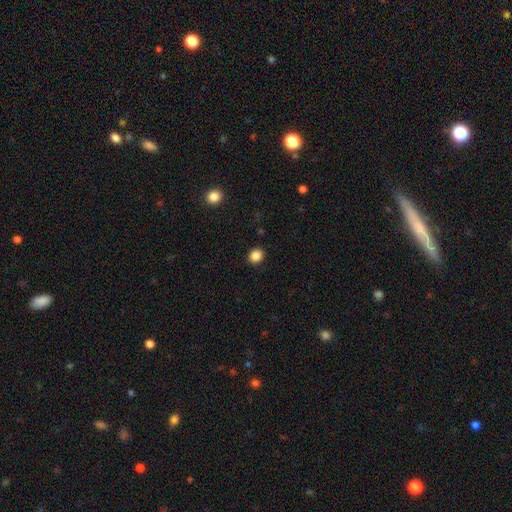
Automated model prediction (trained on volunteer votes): Smooth or featured? Predicted: smooth (p=0.86). How rounded? Predicted: round (p=0.65). Merging? Predicted: none (p=0.90).